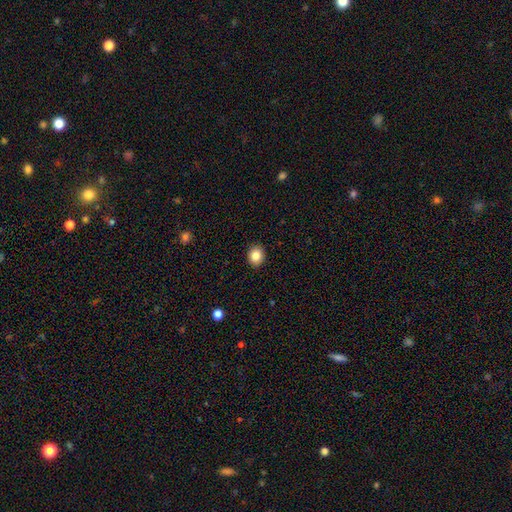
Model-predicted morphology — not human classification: Smooth or featured? Predicted: smooth (p=0.84). How rounded? Predicted: round (p=0.66). Merging? Predicted: none (p=0.91).